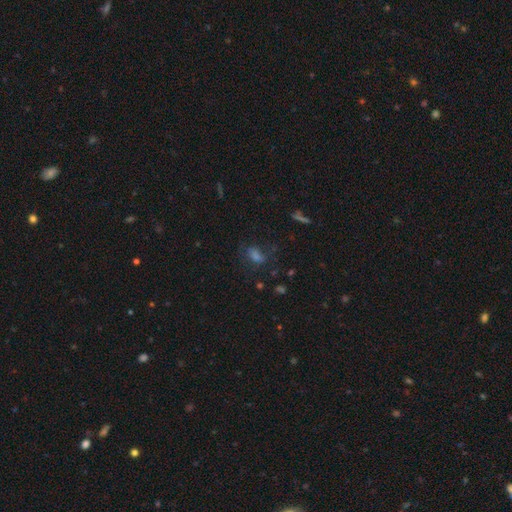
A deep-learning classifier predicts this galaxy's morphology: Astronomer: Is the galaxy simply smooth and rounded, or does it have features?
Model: smooth — 51% (runner-up: star or artifact, 31%).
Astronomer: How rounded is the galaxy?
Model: in between — 74%.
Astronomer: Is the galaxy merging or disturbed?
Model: none — 63%.